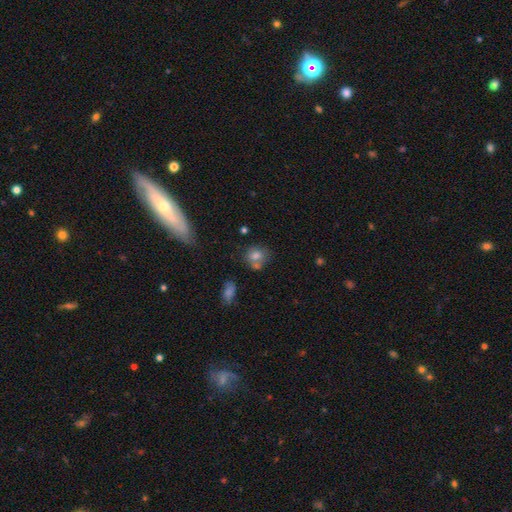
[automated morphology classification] The model was most divided on "how rounded": round: 62%, in between: 37%, cigar-shaped: 1%. More confident: smooth or featured — smooth (73%); merging — none (51%).